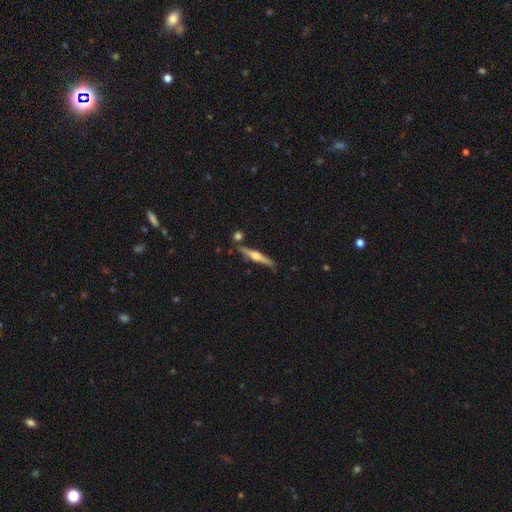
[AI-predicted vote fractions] Q: Smooth or featured?
A: featured or disk (67%); runner-up: smooth (27%)
Q: Edge-on disk?
A: yes (97%); runner-up: no (3%)
Q: Edge-on bulge?
A: rounded (89%); runner-up: boxy (7%)
Q: Merging?
A: none (81%); runner-up: minor disturbance (10%)